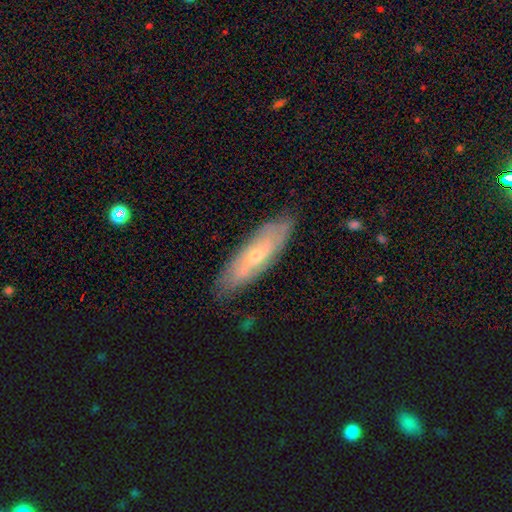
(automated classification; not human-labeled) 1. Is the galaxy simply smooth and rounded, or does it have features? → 58% featured or disk, 35% smooth, 6% star or artifact.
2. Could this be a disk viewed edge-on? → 68% no, 32% yes.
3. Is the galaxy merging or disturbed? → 81% none, 14% minor disturbance, 3% major disturbance, 1% merger.